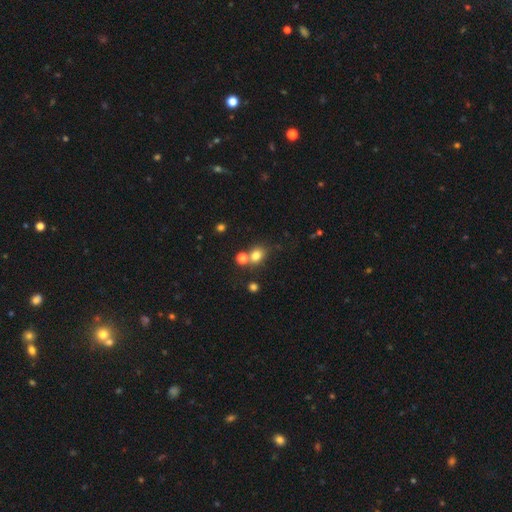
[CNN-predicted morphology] This is likely a smooth galaxy (77%). How rounded: likely round (65%). Merging: possibly none (59%).